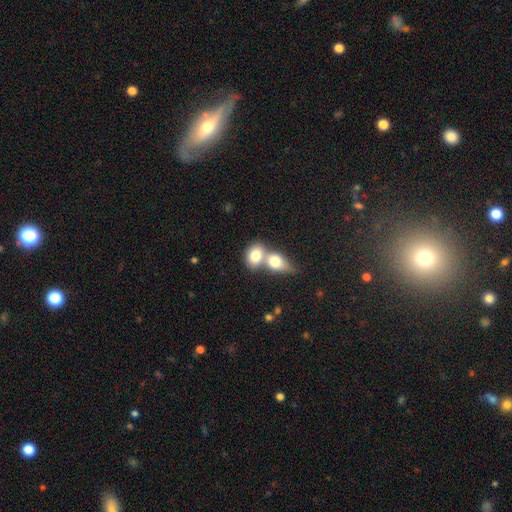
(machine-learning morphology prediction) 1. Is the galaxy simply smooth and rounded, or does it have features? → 78% smooth, 15% featured or disk, 7% star or artifact.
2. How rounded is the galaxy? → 67% in between, 30% round, 2% cigar-shaped.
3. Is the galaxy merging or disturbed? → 72% merger, 19% none, 5% minor disturbance, 3% major disturbance.